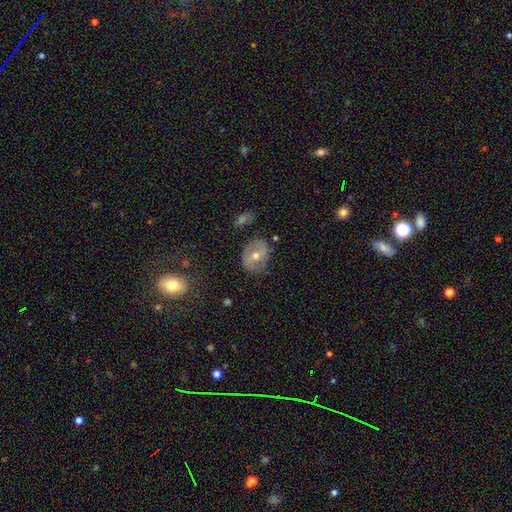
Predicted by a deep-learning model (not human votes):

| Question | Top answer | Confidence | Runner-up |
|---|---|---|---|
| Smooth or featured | featured or disk | 56% | smooth (34%) |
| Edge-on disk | no | 94% | yes (6%) |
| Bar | no | 43% | weak (36%) |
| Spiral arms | yes | 55% | no (45%) |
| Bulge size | moderate | 65% | small (31%) |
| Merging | none | 70% | minor disturbance (20%) |